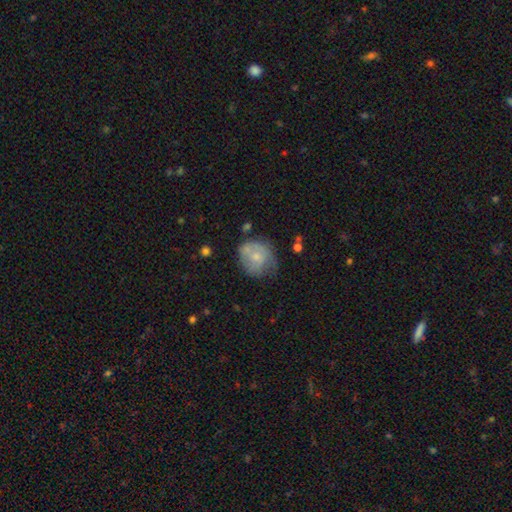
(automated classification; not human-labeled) smooth-or-featured: smooth: 56% | featured or disk: 36% | star or artifact: 8%
  how-rounded: round: 73% | in between: 26% | cigar-shaped: 1%
  merging: none: 44% | minor disturbance: 34% | major disturbance: 18% | merger: 4%